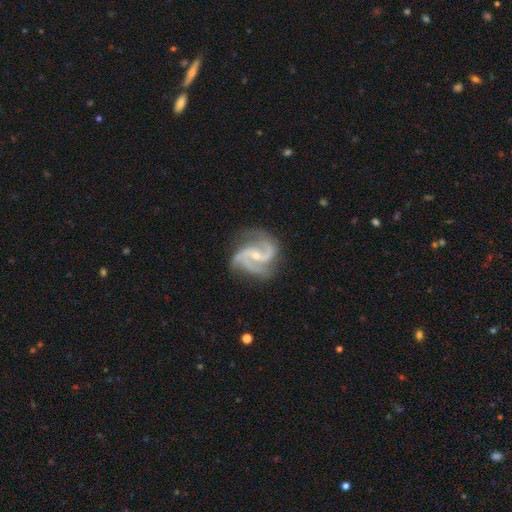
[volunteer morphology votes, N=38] type=featured or disk (97%); edge-on=no (95%); bar=no (49%); spiral arms=yes (100%); winding=medium (66%); arm count=3 (83%); bulge=small (71%); merging=none (78%).